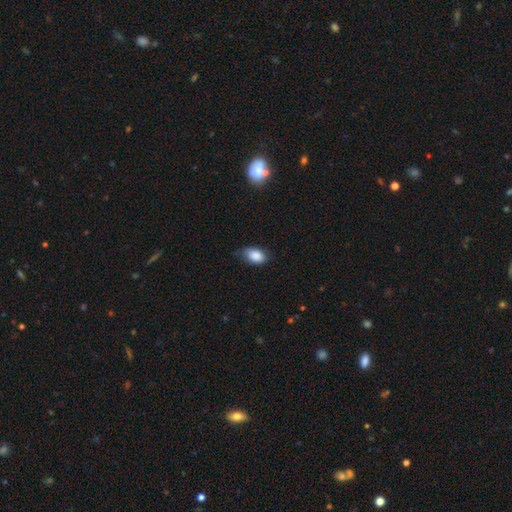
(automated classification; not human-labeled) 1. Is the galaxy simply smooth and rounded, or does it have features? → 87% smooth, 7% star or artifact, 6% featured or disk.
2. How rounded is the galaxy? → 88% in between, 10% round, 2% cigar-shaped.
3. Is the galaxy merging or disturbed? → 61% none, 32% minor disturbance, 6% major disturbance, 1% merger.